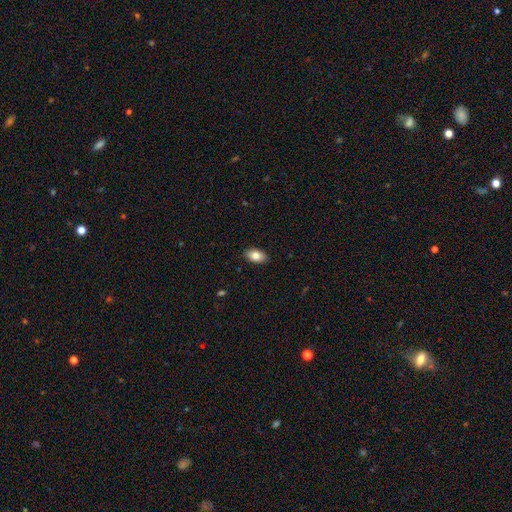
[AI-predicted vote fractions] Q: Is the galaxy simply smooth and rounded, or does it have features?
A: smooth — 82%.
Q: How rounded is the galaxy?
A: in between — 93%.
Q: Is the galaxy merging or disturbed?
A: none — 89%.